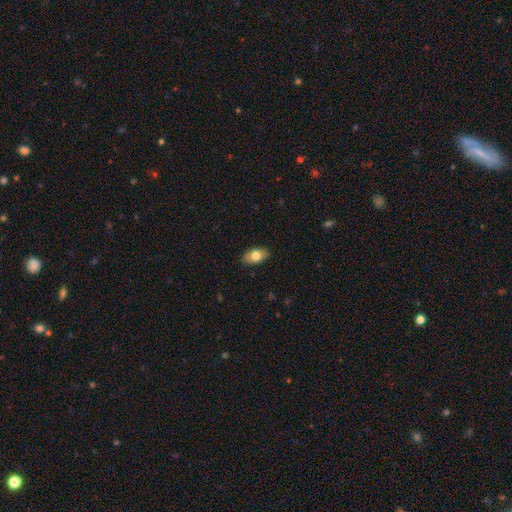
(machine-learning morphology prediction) Overall: smooth (77%). How rounded: in between (92%). Merging: none (87%).